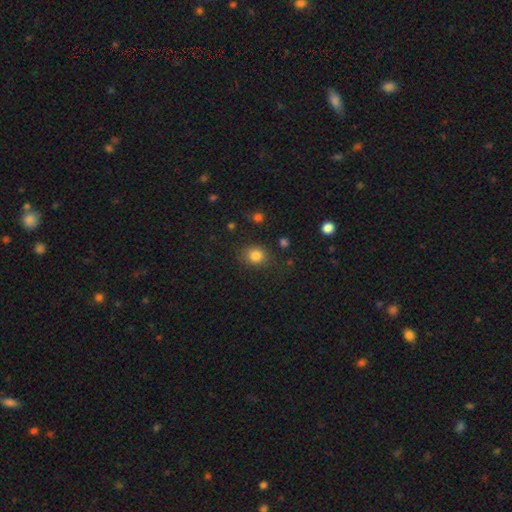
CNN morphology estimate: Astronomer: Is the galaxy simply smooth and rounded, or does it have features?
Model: smooth — 83%.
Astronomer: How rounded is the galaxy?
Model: round — 64%.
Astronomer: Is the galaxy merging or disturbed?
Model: none — 80%.